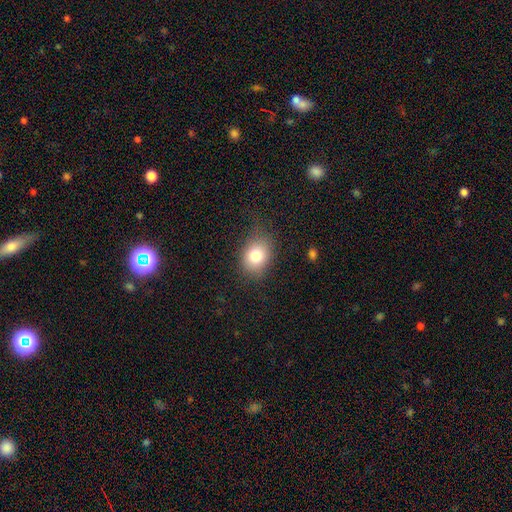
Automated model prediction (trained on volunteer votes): A smooth galaxy with no disk features (79%) that is in between round and cigar-shaped (56%).

Vote fractions:
- Smooth or featured? smooth: 79% / featured or disk: 11% / star or artifact: 10%
- How rounded? in between: 56% / round: 43% / cigar-shaped: 1%
- Merging? none: 72% / minor disturbance: 20% / major disturbance: 7% / merger: 1%